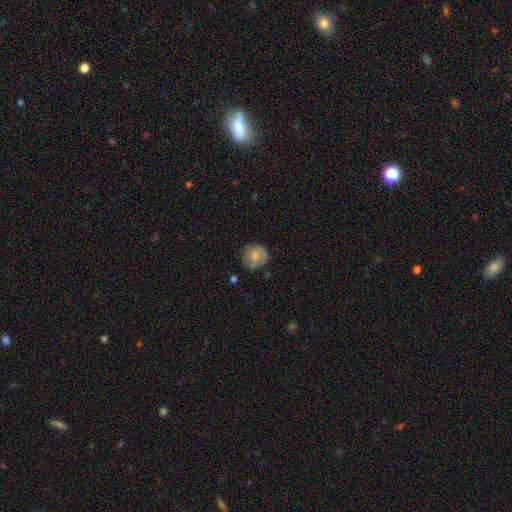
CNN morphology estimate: smooth-or-featured: smooth: 67% | featured or disk: 25% | star or artifact: 8%
  how-rounded: round: 83% | in between: 16% | cigar-shaped: 1%
  merging: none: 65% | minor disturbance: 24% | major disturbance: 8% | merger: 3%